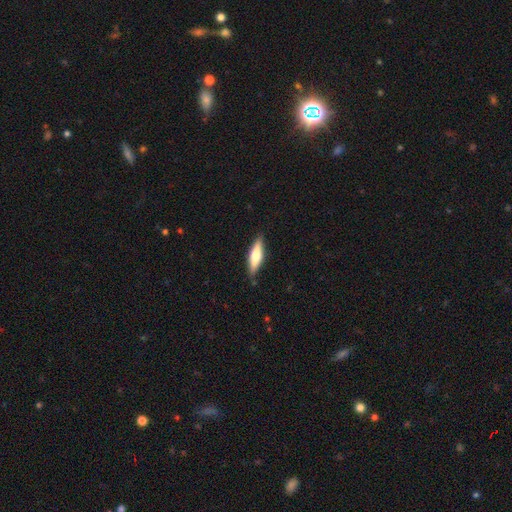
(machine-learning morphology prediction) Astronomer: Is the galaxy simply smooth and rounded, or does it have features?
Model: smooth — 55% (runner-up: featured or disk, 39%).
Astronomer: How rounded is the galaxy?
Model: cigar-shaped — 63%.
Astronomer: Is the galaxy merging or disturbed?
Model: none — 86%.